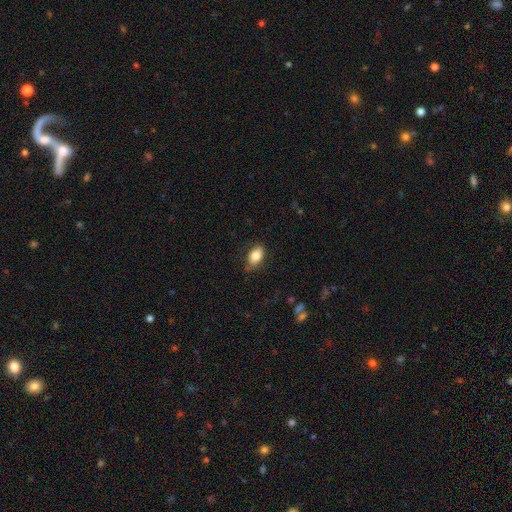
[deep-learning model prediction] Smooth or featured?
  - smooth: 82% *
  - featured or disk: 10%
  - star or artifact: 7%
How rounded?
  - in between: 89% *
  - round: 9%
  - cigar-shaped: 2%
Merging?
  - none: 75% *
  - minor disturbance: 19%
  - major disturbance: 4%
  - merger: 1%